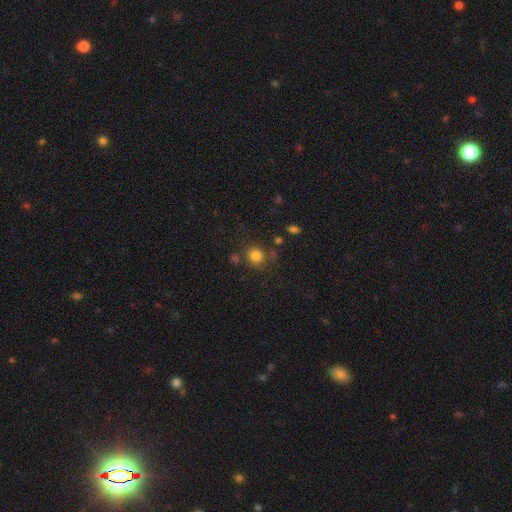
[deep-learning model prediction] Overall: smooth (81%). How rounded: round (86%). Merging: none (77%).